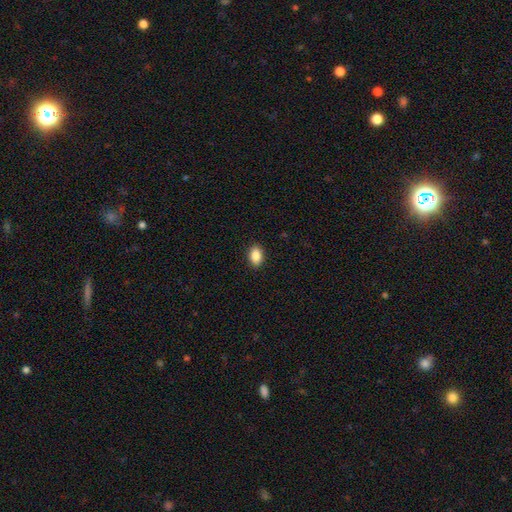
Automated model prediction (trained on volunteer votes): Overall: smooth (88%). How rounded: in between (86%). Merging: none (90%).